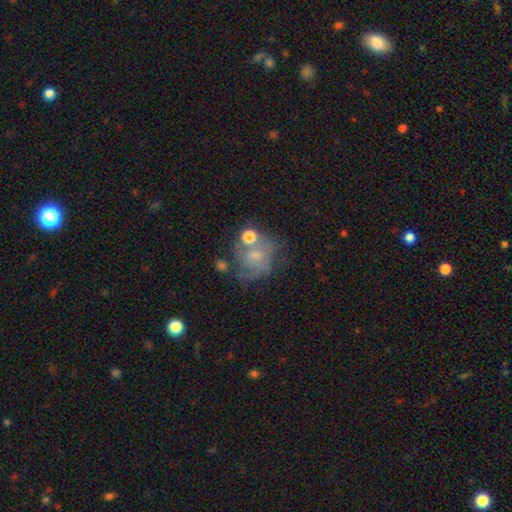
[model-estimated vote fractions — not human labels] A featured or disk galaxy (49%).

Vote fractions:
- Smooth or featured? featured or disk: 49% / smooth: 39% / star or artifact: 12%
- Merging? none: 39% / major disturbance: 22% / minor disturbance: 22% / merger: 16%